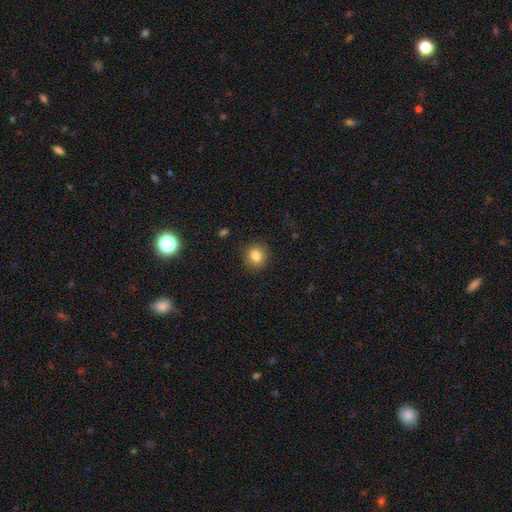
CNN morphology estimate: Q: Smooth or featured?
A: smooth (83%); runner-up: star or artifact (10%)
Q: How rounded?
A: round (82%); runner-up: in between (17%)
Q: Merging?
A: none (89%); runner-up: minor disturbance (7%)